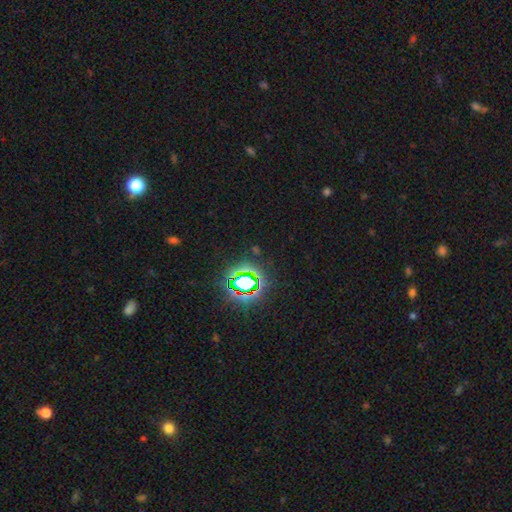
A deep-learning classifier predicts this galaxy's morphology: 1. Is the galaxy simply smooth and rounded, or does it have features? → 80% star or artifact, 13% smooth, 8% featured or disk.